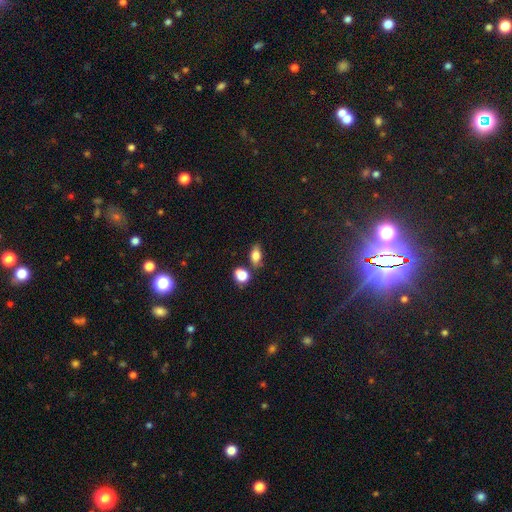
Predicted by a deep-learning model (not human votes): This appears to be a smooth galaxy with no disk features (79%) that is in between round and cigar-shaped (81%). Merging: none (62%).